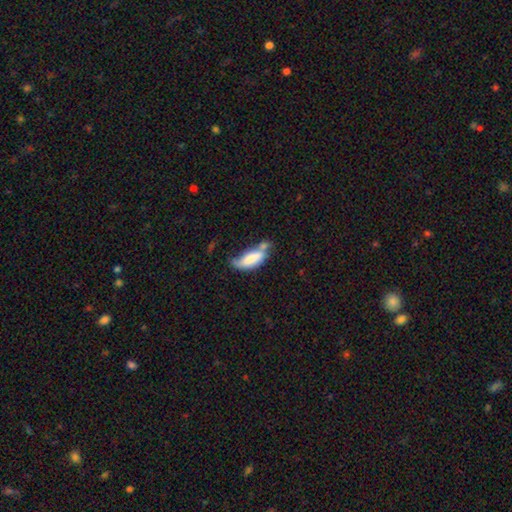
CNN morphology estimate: smooth_or_featured: smooth (p=0.70) [alt: featured or disk p=0.23]
how_rounded: in between (p=0.72) [alt: cigar-shaped p=0.26]
merging: none (p=0.29) [alt: merger p=0.28]